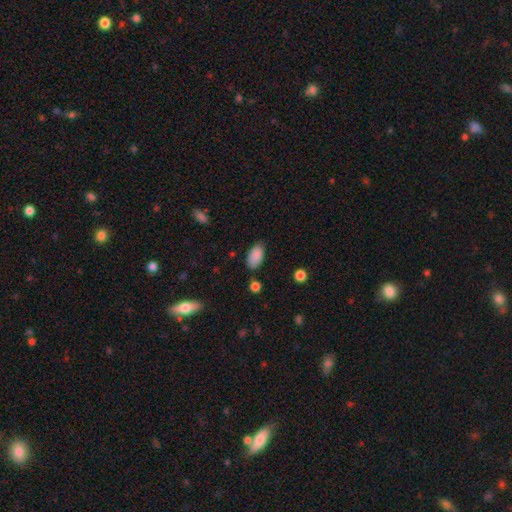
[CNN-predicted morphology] smooth 88%, star or artifact 7%, featured or disk 5%. Down the decision tree: how rounded — in between (94%); merging — none (71%).